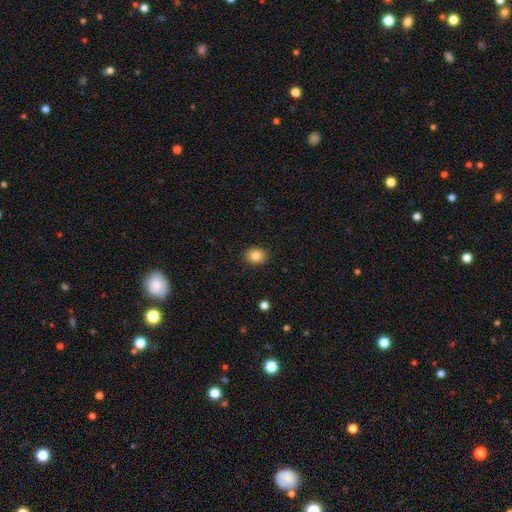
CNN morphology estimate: smooth 83%, star or artifact 10%, featured or disk 7%. Down the decision tree: how rounded — round (56%); merging — none (90%).